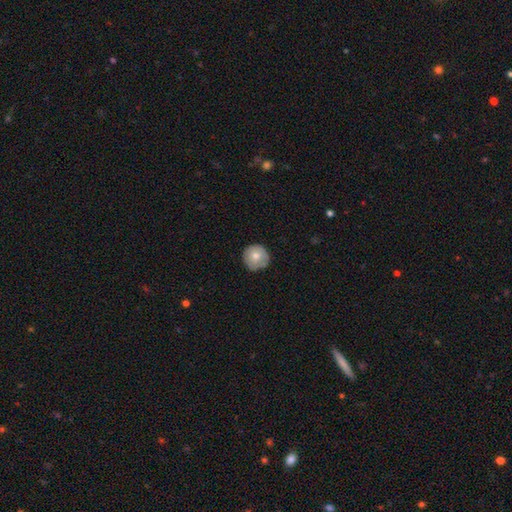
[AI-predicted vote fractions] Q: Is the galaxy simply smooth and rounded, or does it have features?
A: smooth — 71%.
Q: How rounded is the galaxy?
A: round — 94%.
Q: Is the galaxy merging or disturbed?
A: none — 79%.